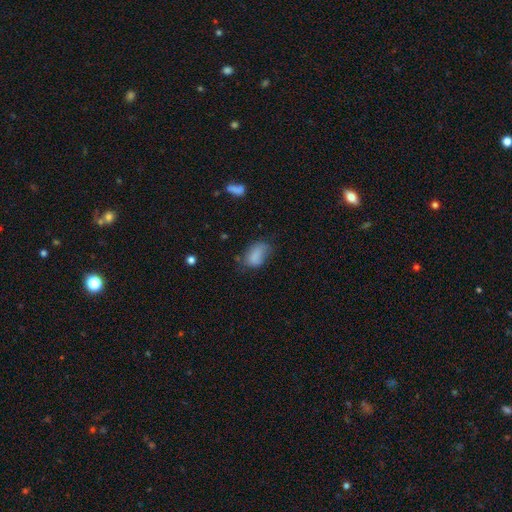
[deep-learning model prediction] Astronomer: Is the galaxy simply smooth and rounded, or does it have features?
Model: smooth — 79%.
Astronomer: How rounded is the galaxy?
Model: in between — 88%.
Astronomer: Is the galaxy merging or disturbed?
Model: none — 46% (runner-up: minor disturbance, 36%).